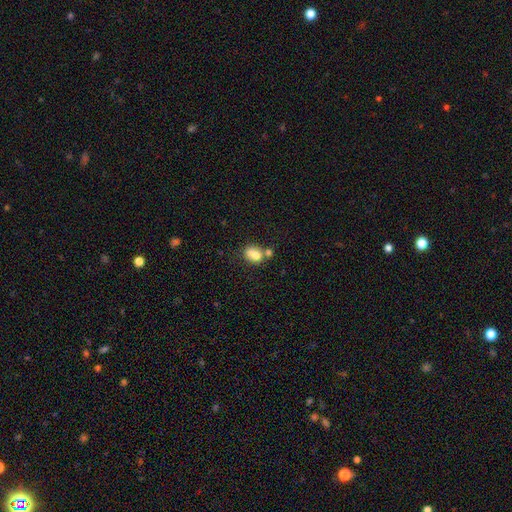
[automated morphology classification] The model was most divided on "merging": merger: 42%, none: 37%, minor disturbance: 15%, major disturbance: 7%. More confident: smooth or featured — smooth (74%); how rounded — in between (62%).